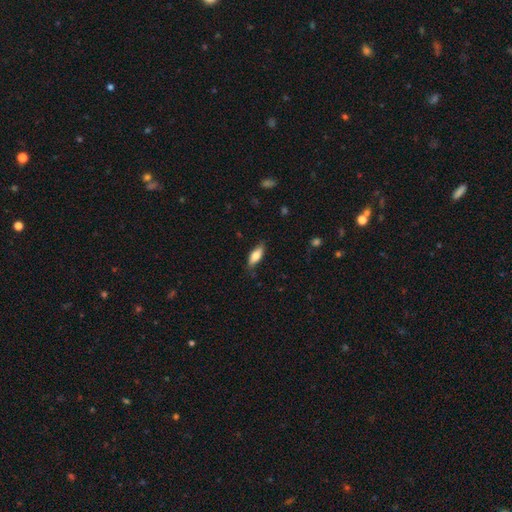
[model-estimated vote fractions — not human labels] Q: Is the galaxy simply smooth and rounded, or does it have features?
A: smooth — 75%.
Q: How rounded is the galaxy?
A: in between — 73%.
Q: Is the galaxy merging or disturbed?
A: none — 79%.